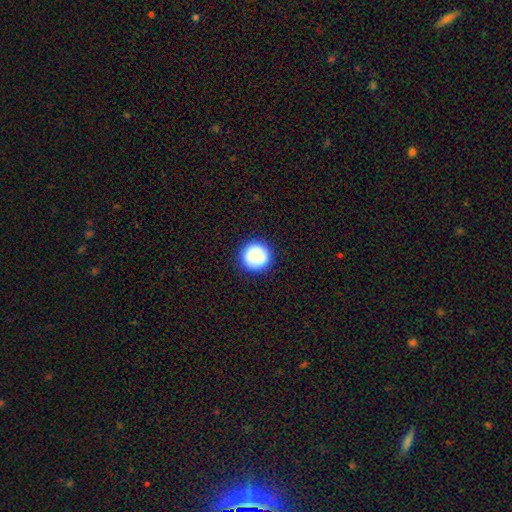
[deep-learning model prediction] Smooth or featured: smooth — 86% (star or artifact — 8%)
How rounded: round — 96% (in between — 3%)
Merging: none — 91% (minor disturbance — 6%)